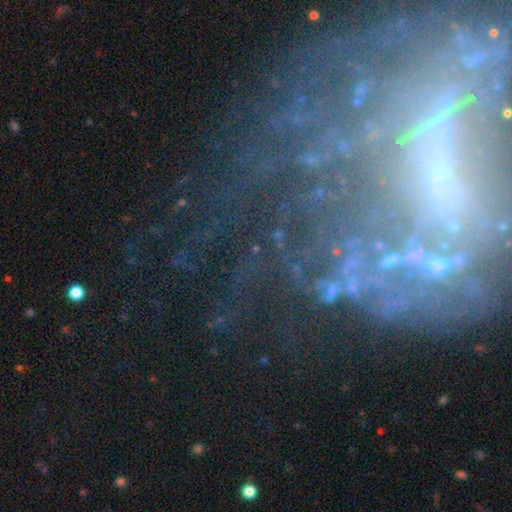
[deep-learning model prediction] Overall: featured or disk (58%; star or artifact 30%). Edge-on disk: no (92%). Bar: no (62%). Spiral arms: yes (59%; no 41%). Bulge size: small (52%; none 29%). Merging: none (57%; major disturbance 21%).